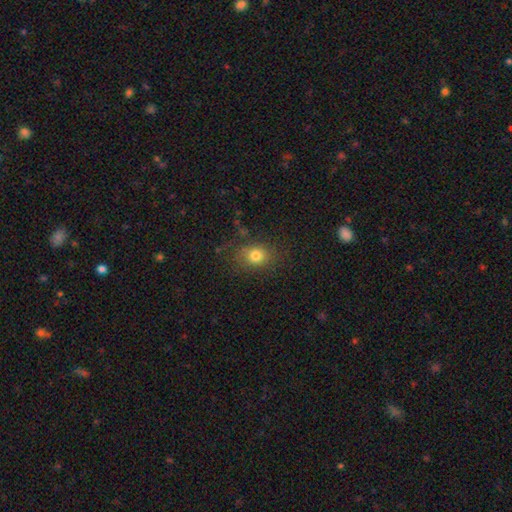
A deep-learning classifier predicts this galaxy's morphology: This is likely a smooth galaxy (78%). How rounded: possibly in between (51%). Merging: likely none (78%).